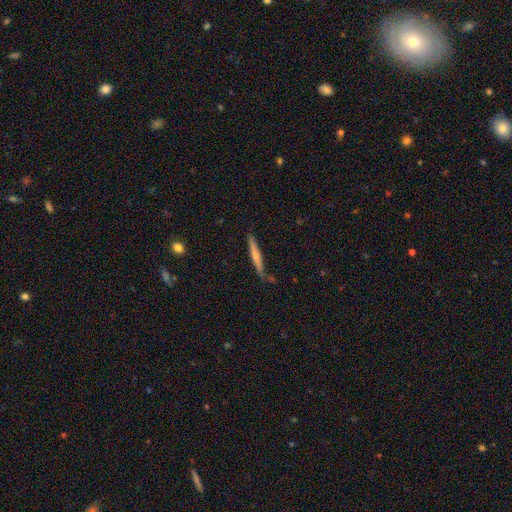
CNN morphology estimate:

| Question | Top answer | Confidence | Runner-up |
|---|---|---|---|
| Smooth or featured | smooth | 59% | featured or disk (35%) |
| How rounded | cigar-shaped | 95% | in between (4%) |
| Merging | none | 77% | minor disturbance (16%) |